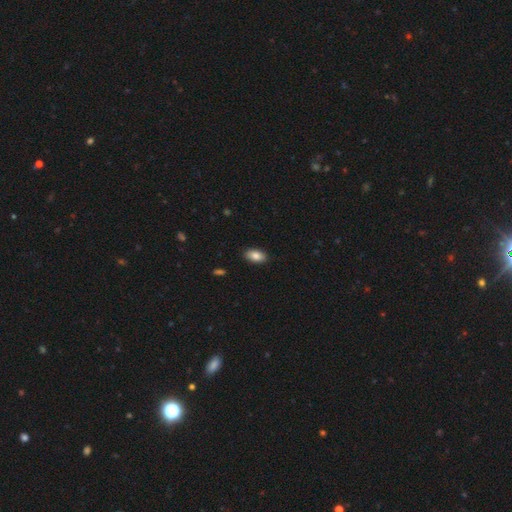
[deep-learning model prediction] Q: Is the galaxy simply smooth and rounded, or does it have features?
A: smooth — 84%.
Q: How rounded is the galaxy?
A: in between — 92%.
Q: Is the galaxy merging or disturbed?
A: none — 89%.